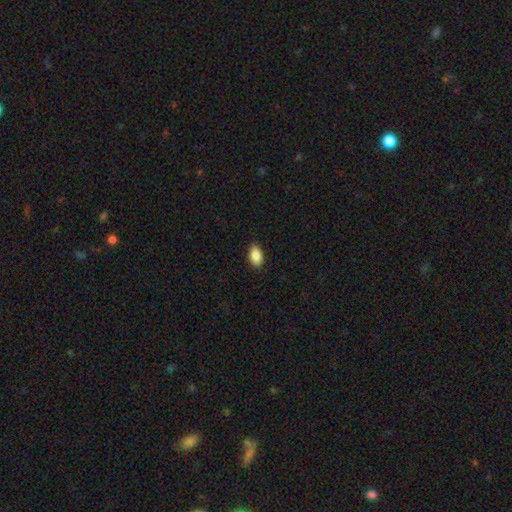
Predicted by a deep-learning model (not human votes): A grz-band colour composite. It shows a smooth galaxy with no disk features (87%) that is in between round and cigar-shaped (91%). Merging: none (88%).